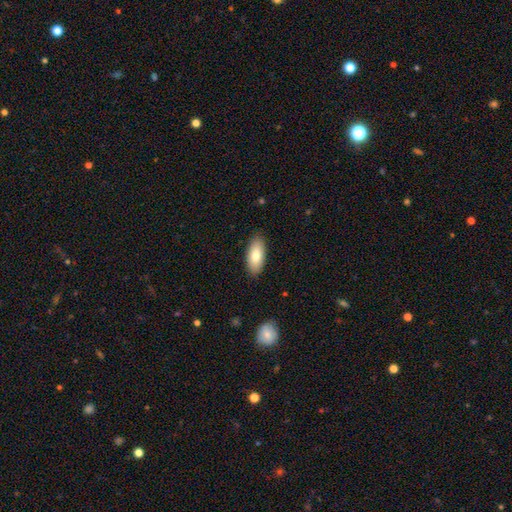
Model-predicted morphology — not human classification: Smooth or featured: smooth — 80% (featured or disk — 14%)
How rounded: in between — 86% (cigar-shaped — 12%)
Merging: none — 87% (minor disturbance — 10%)